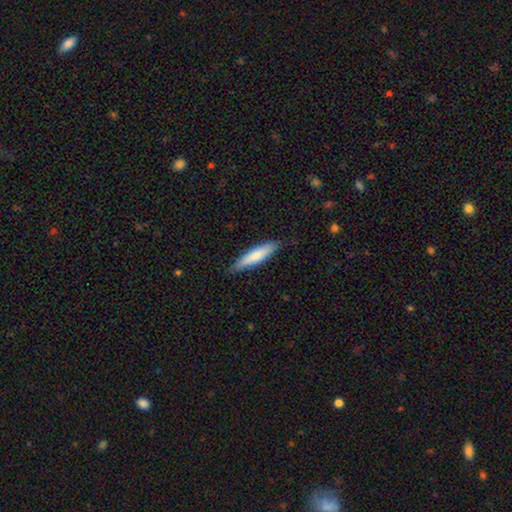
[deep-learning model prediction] Q: Smooth or featured?
A: smooth (77%); runner-up: featured or disk (18%)
Q: How rounded?
A: cigar-shaped (80%); runner-up: in between (19%)
Q: Merging?
A: none (84%); runner-up: minor disturbance (13%)